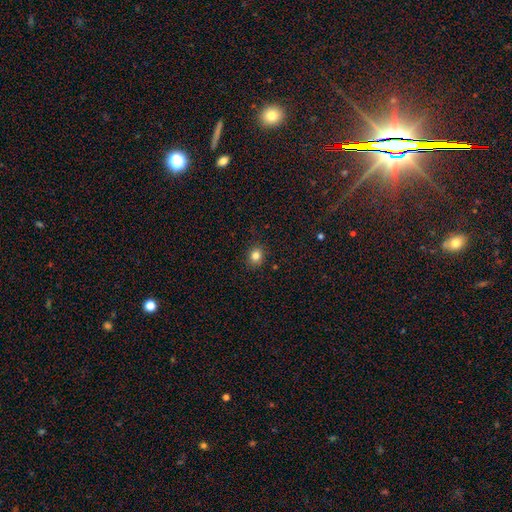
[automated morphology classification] smooth 82%, star or artifact 12%, featured or disk 6%. Down the decision tree: how rounded — round (68%); merging — none (89%).